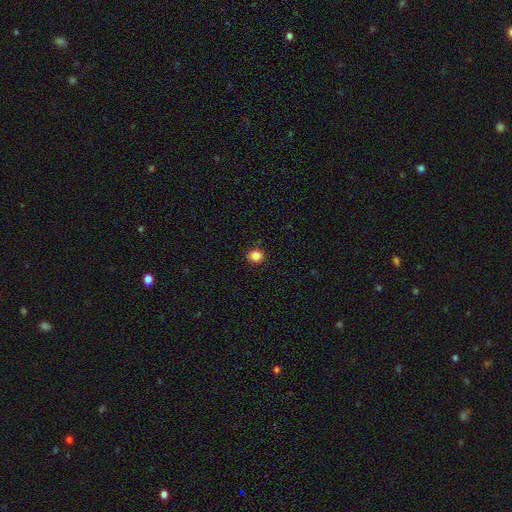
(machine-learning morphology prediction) This appears to be a smooth galaxy with no disk features (85%) that is round (88%). Merging: none (88%).